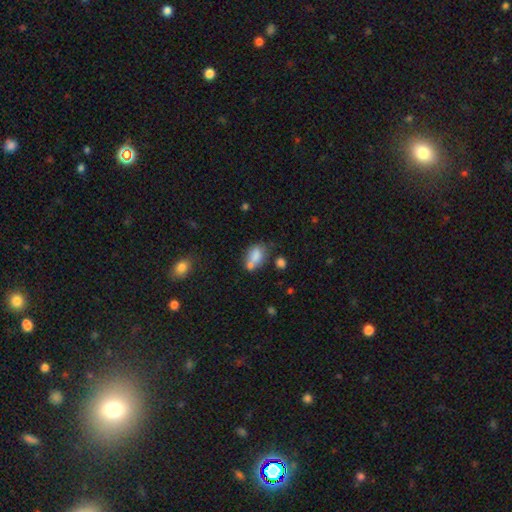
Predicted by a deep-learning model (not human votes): A smooth galaxy with no disk features (77%) that is in between round and cigar-shaped (77%).

Vote fractions:
- Smooth or featured? smooth: 77% / featured or disk: 13% / star or artifact: 10%
- How rounded? in between: 77% / round: 21% / cigar-shaped: 2%
- Merging? none: 38% / merger: 36% / minor disturbance: 18% / major disturbance: 7%